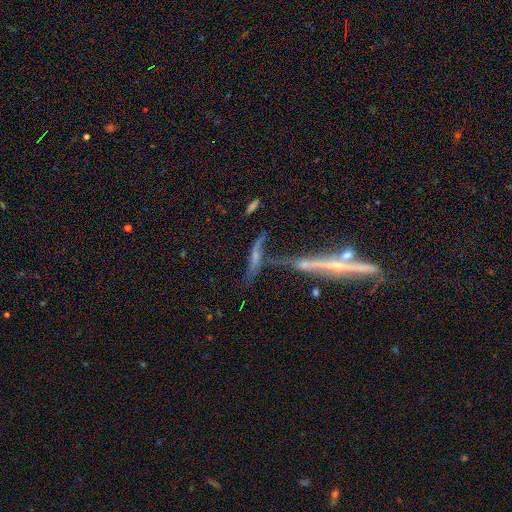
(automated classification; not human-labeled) Smooth or featured? featured or disk (55%)
Edge-on disk? yes (61%)
Merging? merger (46%)